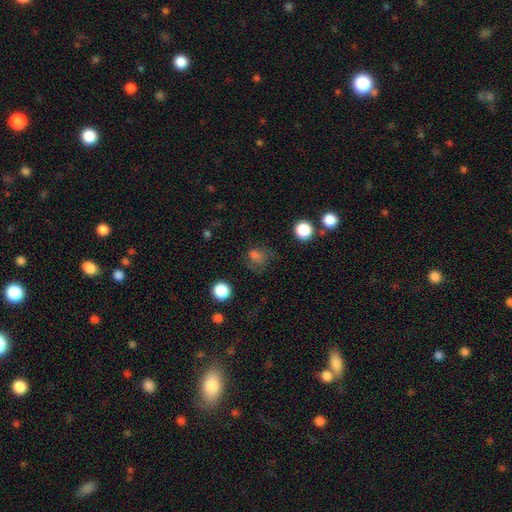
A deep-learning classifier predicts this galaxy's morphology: Smooth or featured? Predicted: smooth (p=0.70). How rounded? Predicted: round (p=0.73). Merging? Predicted: none (p=0.58).